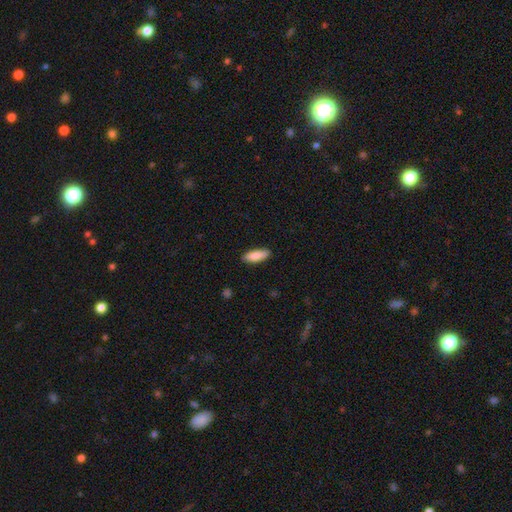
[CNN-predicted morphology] Smooth or featured? Predicted: smooth (p=0.85). How rounded? Predicted: in between (p=0.63). Merging? Predicted: none (p=0.87).